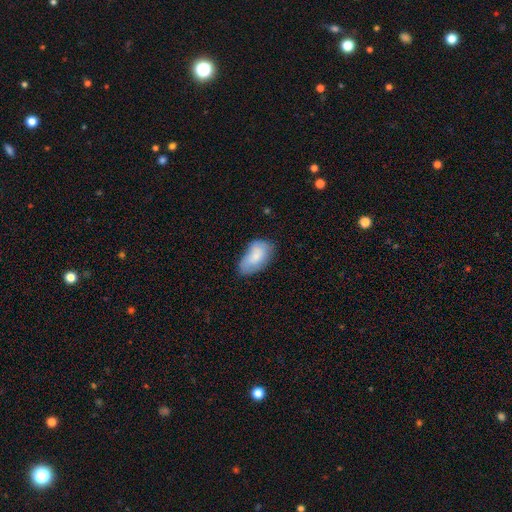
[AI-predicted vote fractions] This is likely a smooth galaxy (76%). How rounded: clearly in between (94%). Merging: possibly none (51%).